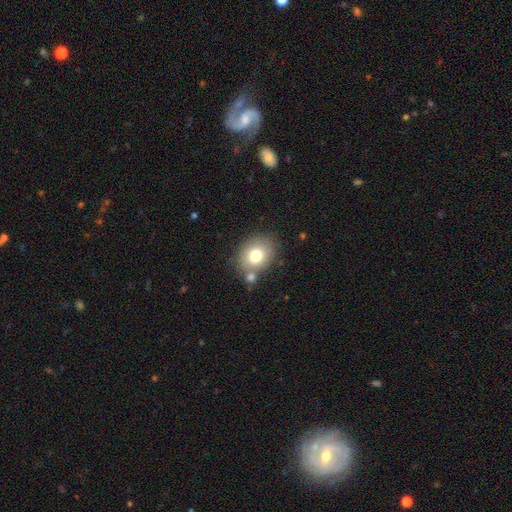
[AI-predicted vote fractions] smooth_or_featured: smooth (p=0.76) [alt: featured or disk p=0.14]
how_rounded: round (p=0.56) [alt: in between p=0.43]
merging: none (p=0.65) [alt: merger p=0.17]